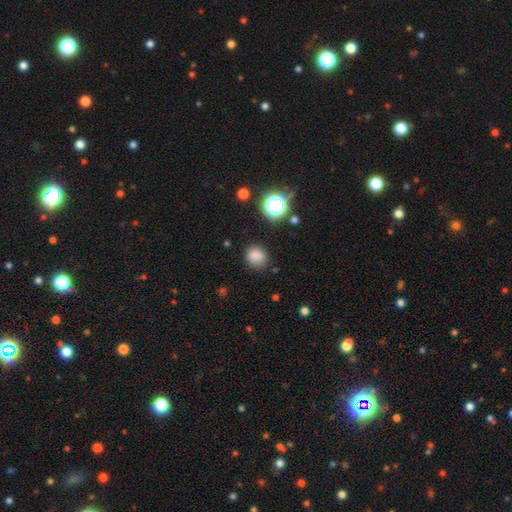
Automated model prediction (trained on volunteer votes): A smooth galaxy with no disk features (80%) that is round (72%).

Vote fractions:
- Smooth or featured? smooth: 80% / star or artifact: 14% / featured or disk: 6%
- How rounded? round: 72% / in between: 27% / cigar-shaped: 1%
- Merging? none: 77% / minor disturbance: 16% / major disturbance: 5% / merger: 3%